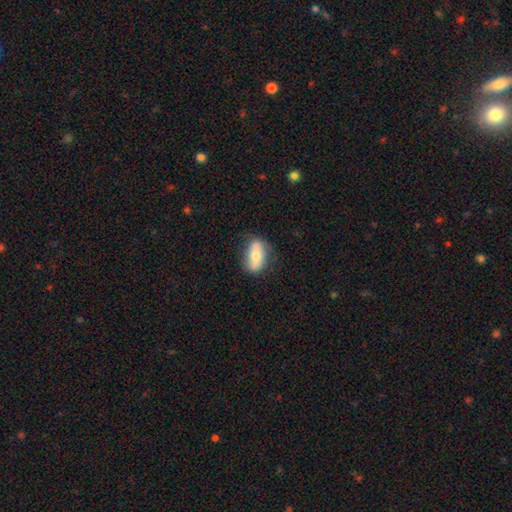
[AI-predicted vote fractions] Morphology: type=smooth (57%); roundness=in between (84%); merging=none (72%).